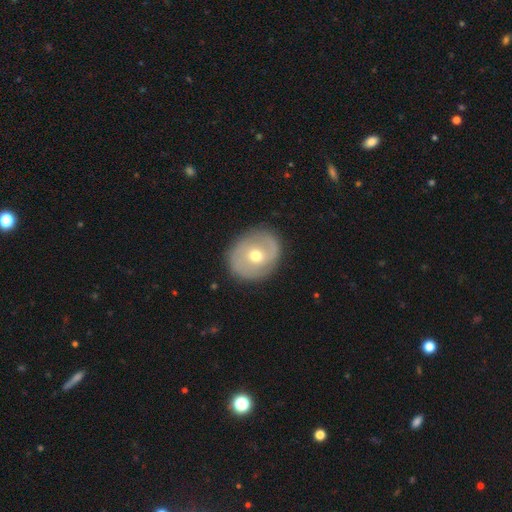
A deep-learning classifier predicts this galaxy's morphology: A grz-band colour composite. It shows a featured or disk galaxy (57%) with no bar (58%), spiral arms (58%) and a moderate central bulge (71%). Merging: none (84%).